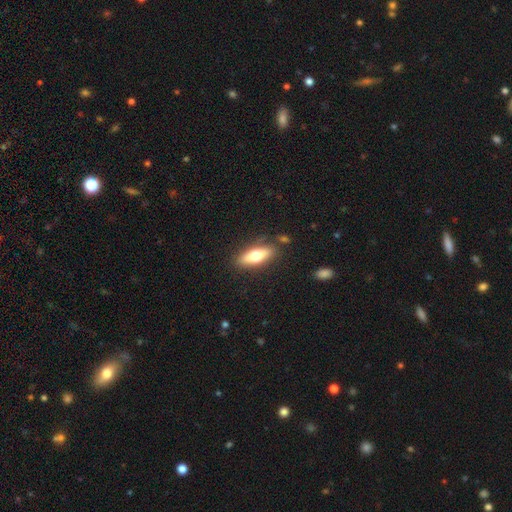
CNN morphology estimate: Overall: smooth (66%; featured or disk 27%). How rounded: in between (57%; cigar-shaped 41%). Merging: none (81%).